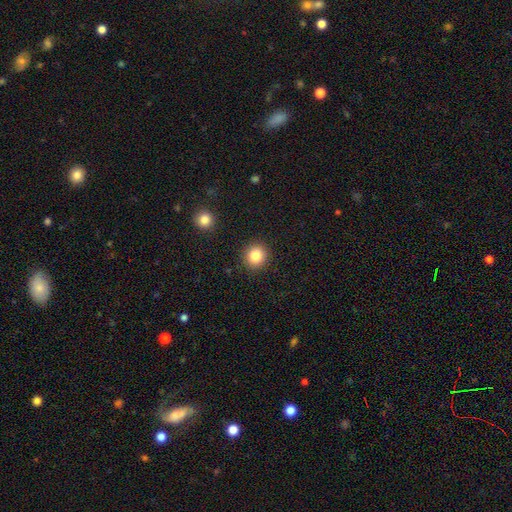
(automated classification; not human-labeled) Smooth or featured?
  - smooth: 83% *
  - star or artifact: 10%
  - featured or disk: 6%
How rounded?
  - round: 89% *
  - in between: 10%
  - cigar-shaped: 1%
Merging?
  - none: 91% *
  - minor disturbance: 6%
  - major disturbance: 2%
  - merger: 1%